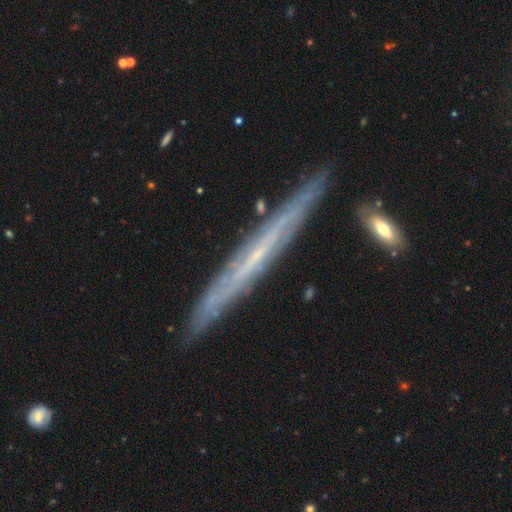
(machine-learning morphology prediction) This is likely a featured or disk galaxy (71%). It is clearly viewed edge-on (91%). Edge-on bulge: likely none (79%). Merging: clearly none (85%).